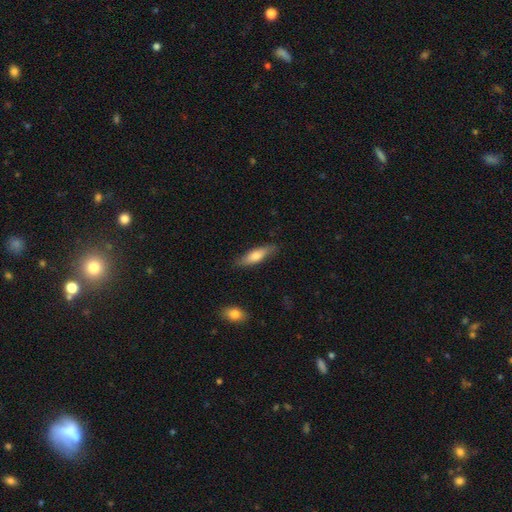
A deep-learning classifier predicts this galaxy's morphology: Smooth or featured?
  - smooth: 67% *
  - featured or disk: 28%
  - star or artifact: 6%
How rounded?
  - cigar-shaped: 57% *
  - in between: 41%
  - round: 2%
Merging?
  - none: 82% *
  - minor disturbance: 14%
  - major disturbance: 3%
  - merger: 1%